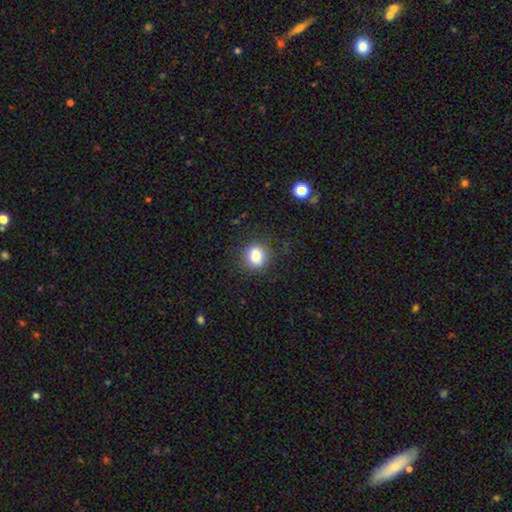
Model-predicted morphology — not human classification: smooth_or_featured: smooth (p=0.82) [alt: star or artifact p=0.11]
how_rounded: round (p=0.68) [alt: in between p=0.31]
merging: none (p=0.79) [alt: minor disturbance p=0.15]